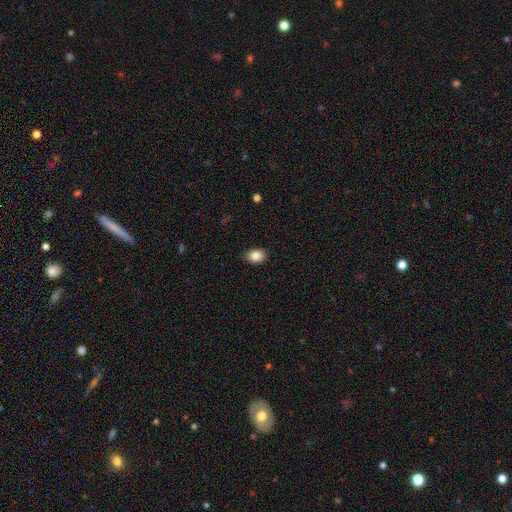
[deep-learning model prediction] Smooth or featured: smooth — 85% (star or artifact — 8%)
How rounded: in between — 79% (round — 20%)
Merging: none — 87% (minor disturbance — 10%)